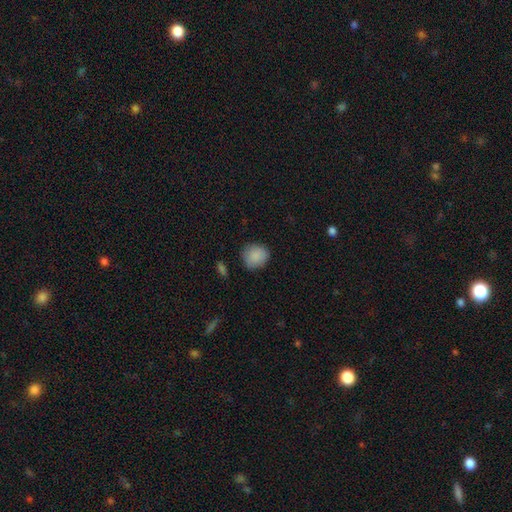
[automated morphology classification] Smooth or featured: smooth — 88% (star or artifact — 8%)
How rounded: round — 82% (in between — 17%)
Merging: none — 81% (minor disturbance — 14%)